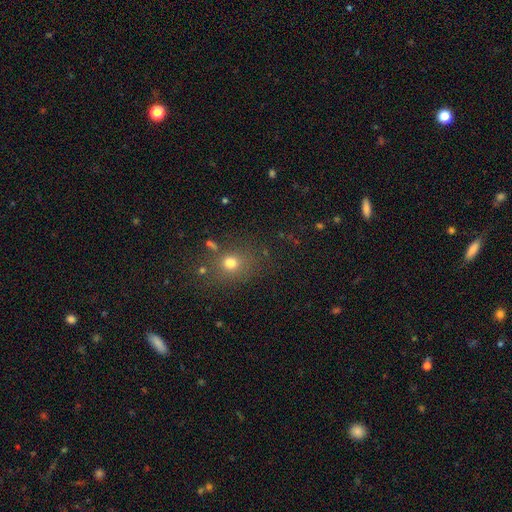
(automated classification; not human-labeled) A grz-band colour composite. It shows a smooth galaxy with no disk features (57%) that is round (69%). Merging: none (76%).